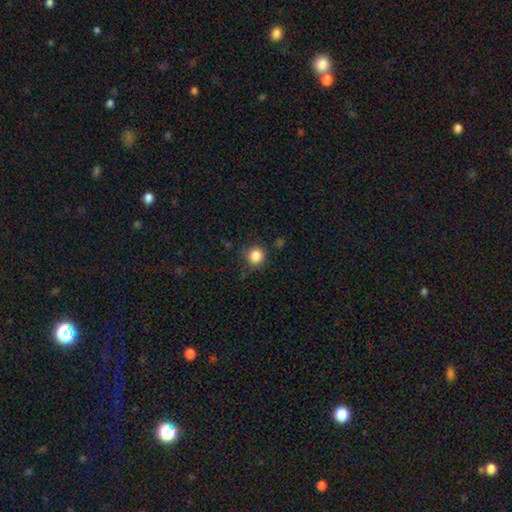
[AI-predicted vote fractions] Morphology: type=smooth (85%); roundness=round (93%); merging=none (84%).